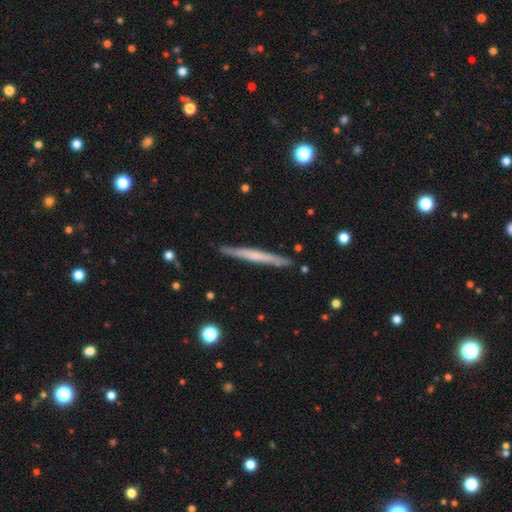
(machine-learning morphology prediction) Smooth or featured? Predicted: featured or disk (p=0.52). Edge-on disk? Predicted: yes (p=0.96). Edge-on bulge? Predicted: none (p=0.69). Merging? Predicted: none (p=0.88).